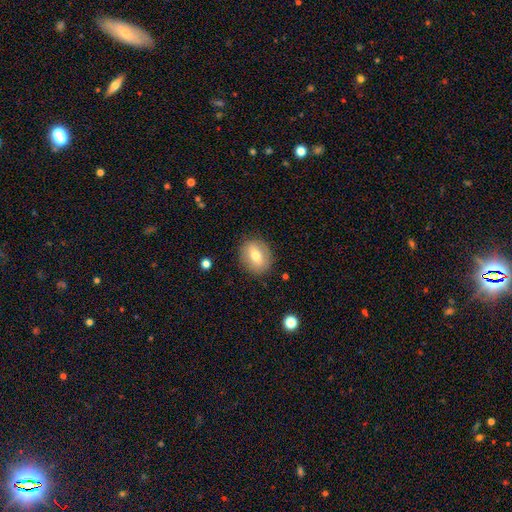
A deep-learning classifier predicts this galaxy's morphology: smooth_or_featured: smooth (p=0.65) [alt: featured or disk p=0.26]
how_rounded: in between (p=0.50) [alt: round p=0.49]
merging: none (p=0.86) [alt: minor disturbance p=0.10]